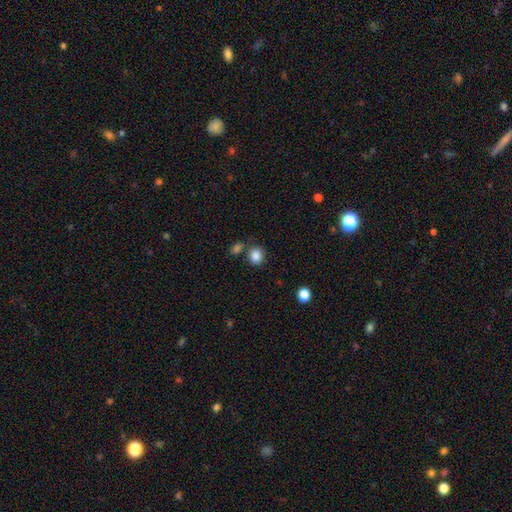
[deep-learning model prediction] A smooth galaxy with no disk features (85%) that is round (72%).

Vote fractions:
- Smooth or featured? smooth: 85% / star or artifact: 10% / featured or disk: 5%
- How rounded? round: 72% / in between: 27% / cigar-shaped: 1%
- Merging? none: 71% / merger: 13% / minor disturbance: 12% / major disturbance: 4%